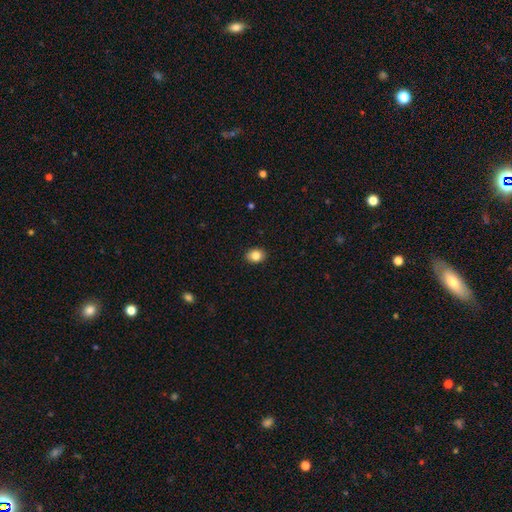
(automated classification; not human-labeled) Q: Smooth or featured?
A: smooth (84%); runner-up: star or artifact (9%)
Q: How rounded?
A: in between (58%); runner-up: round (41%)
Q: Merging?
A: none (90%); runner-up: minor disturbance (8%)